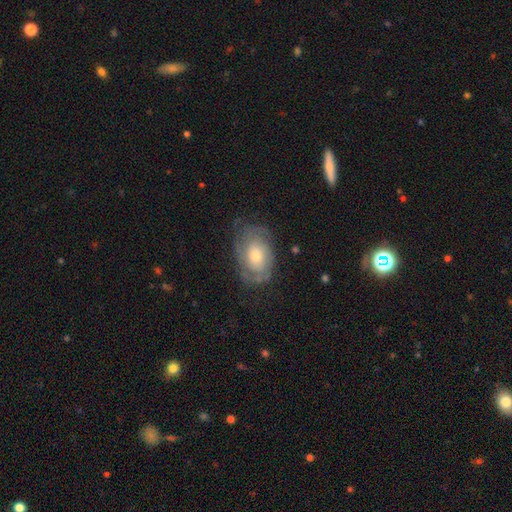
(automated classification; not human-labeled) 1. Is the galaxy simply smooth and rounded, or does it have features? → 67% featured or disk, 26% smooth, 7% star or artifact.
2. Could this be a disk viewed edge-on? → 95% no, 5% yes.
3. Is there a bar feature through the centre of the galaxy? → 79% no, 17% weak, 3% strong.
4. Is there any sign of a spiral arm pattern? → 82% yes, 18% no.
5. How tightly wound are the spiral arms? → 63% tight, 27% medium, 10% loose.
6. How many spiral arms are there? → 48% can't tell, 28% 2, 11% 3, 5% 1, 4% 4, 3% more than 4.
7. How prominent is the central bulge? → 53% moderate, 40% small, 5% large, 1% none, 1% dominant.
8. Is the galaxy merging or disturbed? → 68% none, 21% minor disturbance, 10% major disturbance, 1% merger.